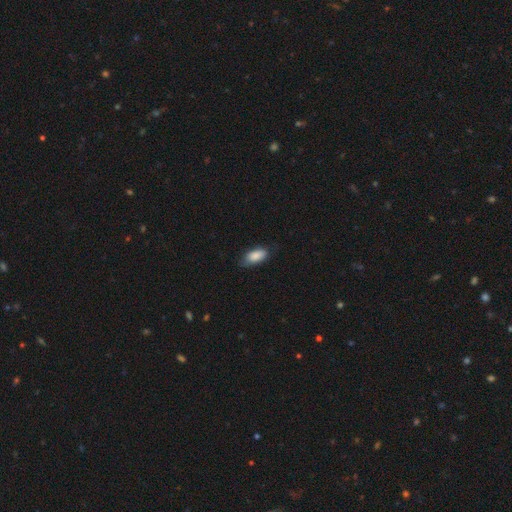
Smooth or featured? 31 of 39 (79%) said smooth. How rounded? 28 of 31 (90%) said in between. Merging? 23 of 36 (64%) said none.